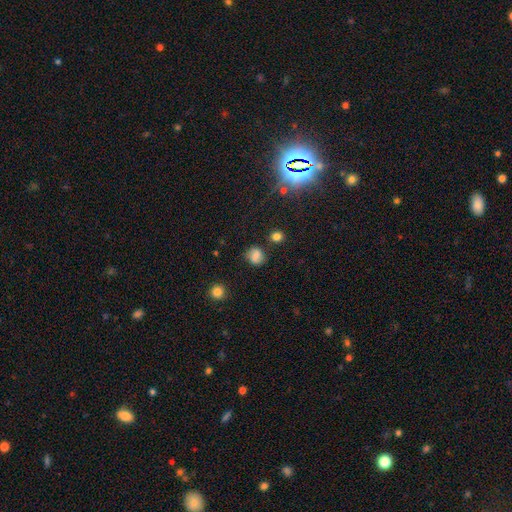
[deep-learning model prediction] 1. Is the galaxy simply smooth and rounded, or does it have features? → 67% smooth, 20% featured or disk, 13% star or artifact.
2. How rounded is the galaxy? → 66% round, 33% in between, 2% cigar-shaped.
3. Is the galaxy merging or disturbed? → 72% none, 17% minor disturbance, 6% major disturbance, 5% merger.